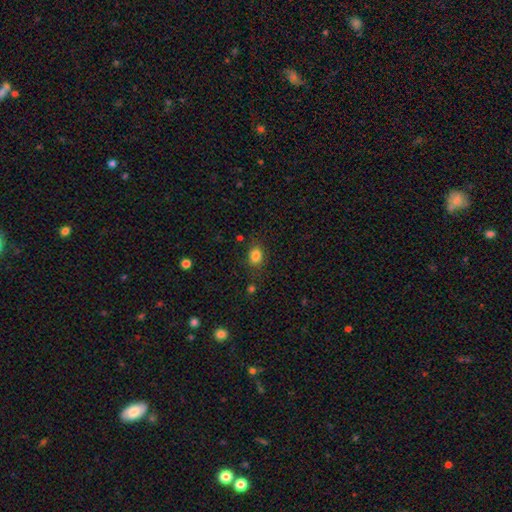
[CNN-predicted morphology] The model was most divided on "how rounded": in between: 58%, round: 41%, cigar-shaped: 1%. More confident: smooth or featured — smooth (83%); merging — none (79%).